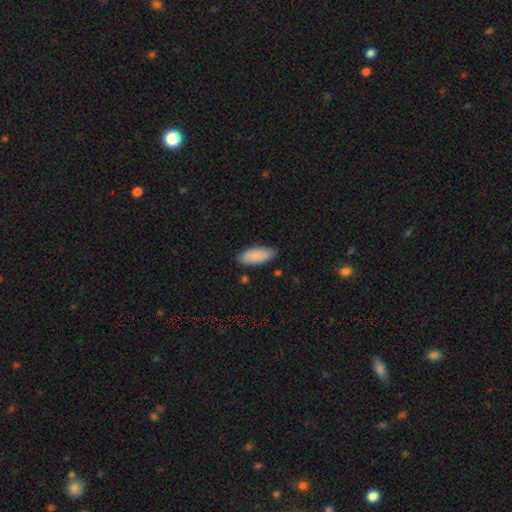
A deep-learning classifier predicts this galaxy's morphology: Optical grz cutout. It shows a smooth galaxy with no disk features (89%) that is in between round and cigar-shaped (84%). Merging: none (83%).